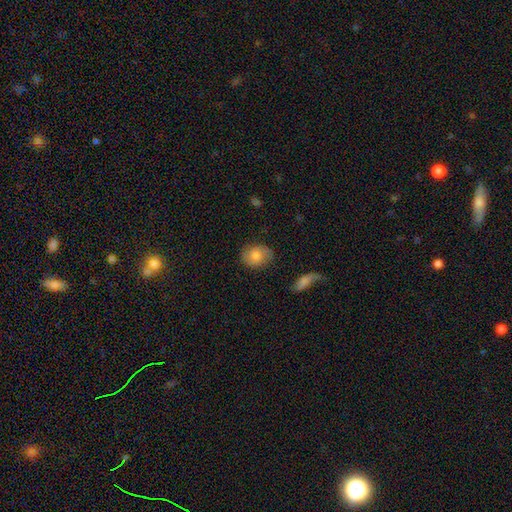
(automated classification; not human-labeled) A smooth galaxy with no disk features (72%) that is in between round and cigar-shaped (54%). Merging: none (77%).